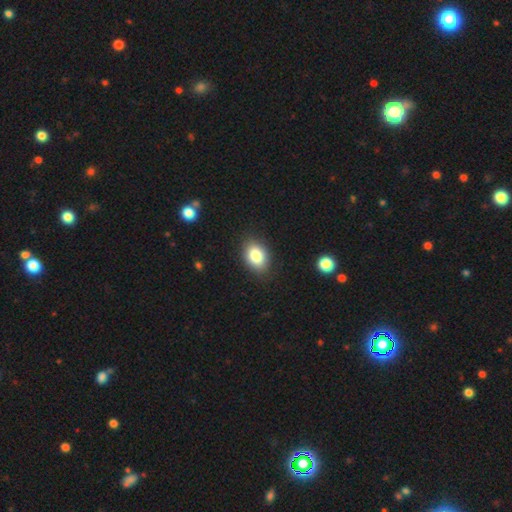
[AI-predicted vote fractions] The model was most divided on "how rounded": in between: 74%, round: 25%, cigar-shaped: 1%. More confident: merging — none (86%); smooth or featured — smooth (82%).